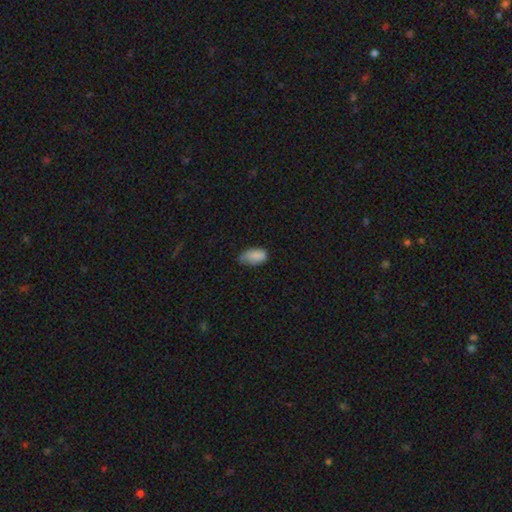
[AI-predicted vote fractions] Smooth or featured? smooth (85%)
How rounded? in between (94%)
Merging? none (48%)